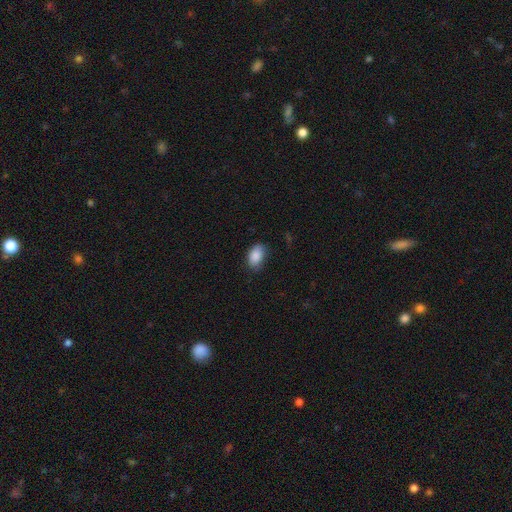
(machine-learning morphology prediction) smooth-or-featured: smooth: 88% | star or artifact: 7% | featured or disk: 5%
  how-rounded: in between: 89% | round: 9% | cigar-shaped: 1%
  merging: none: 72% | minor disturbance: 22% | major disturbance: 4% | merger: 1%